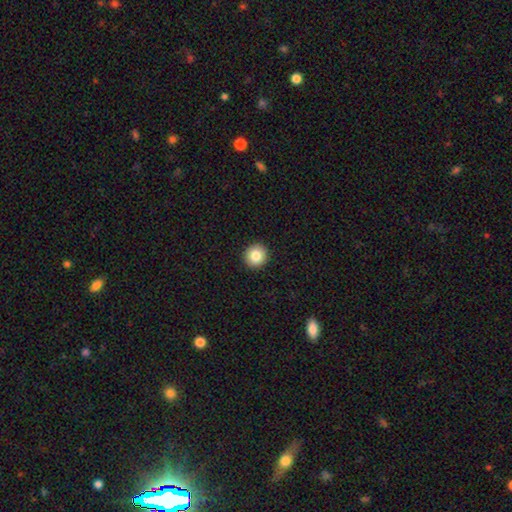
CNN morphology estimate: smooth-or-featured: smooth: 84% | star or artifact: 9% | featured or disk: 7%
  how-rounded: round: 92% | in between: 7% | cigar-shaped: 1%
  merging: none: 93% | minor disturbance: 5% | major disturbance: 1% | merger: 1%